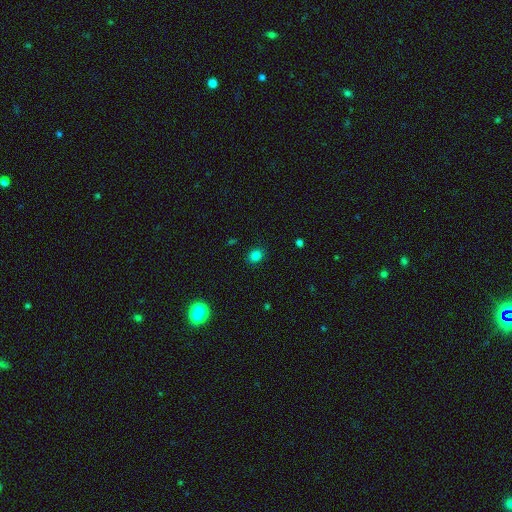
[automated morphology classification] Smooth or featured?
  - smooth: 81% *
  - star or artifact: 14%
  - featured or disk: 4%
How rounded?
  - round: 64% *
  - in between: 35%
  - cigar-shaped: 1%
Merging?
  - none: 89% *
  - minor disturbance: 7%
  - major disturbance: 2%
  - merger: 1%